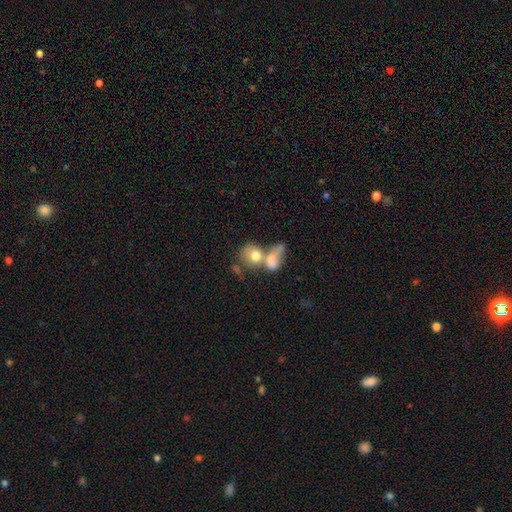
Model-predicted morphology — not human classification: A smooth galaxy with no disk features (71%) that is round (53%). Merging: merger (69%).